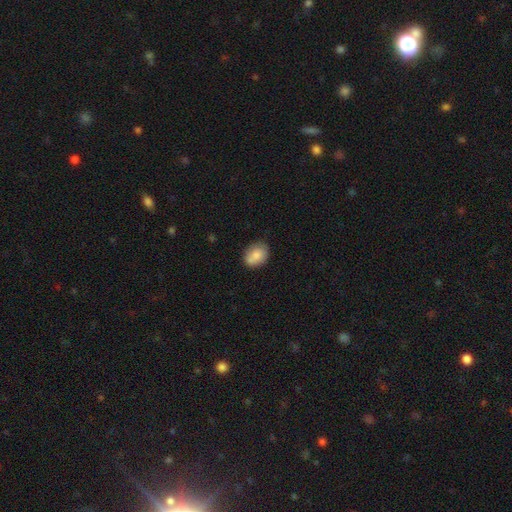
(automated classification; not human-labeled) Smooth or featured? smooth (81%)
How rounded? in between (66%)
Merging? none (68%)